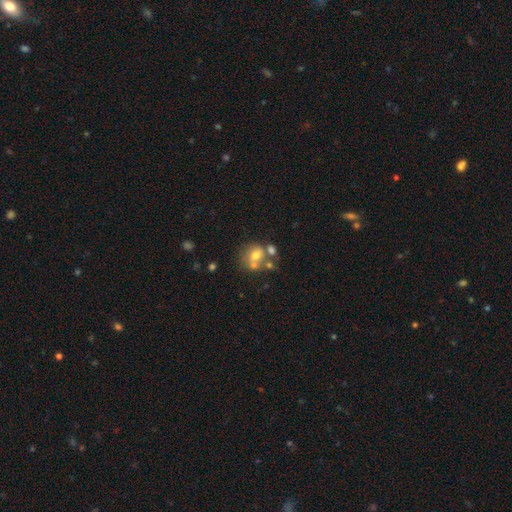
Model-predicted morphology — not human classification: A smooth galaxy with no disk features (62%) that is round (65%). Merging: merger (39%, tied with none).